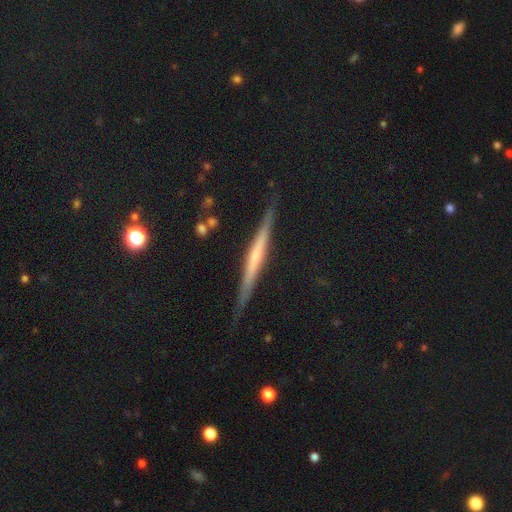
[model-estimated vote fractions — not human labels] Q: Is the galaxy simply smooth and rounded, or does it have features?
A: featured or disk — 65%.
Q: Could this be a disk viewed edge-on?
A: yes — 97%.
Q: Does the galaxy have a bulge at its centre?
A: none — 62%.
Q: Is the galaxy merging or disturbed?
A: none — 85%.